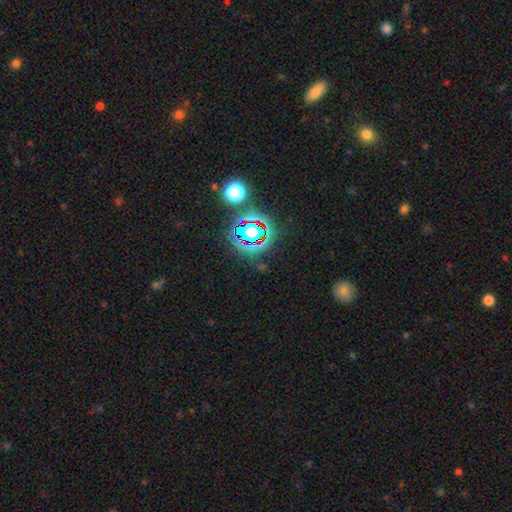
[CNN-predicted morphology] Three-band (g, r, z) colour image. It shows a star or artifact, not a galaxy (77%).